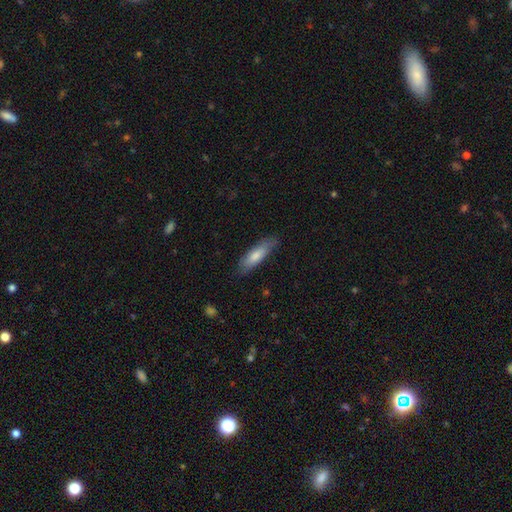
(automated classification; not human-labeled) Morphology: type=smooth (71%); roundness=cigar-shaped (61%); merging=none (78%).